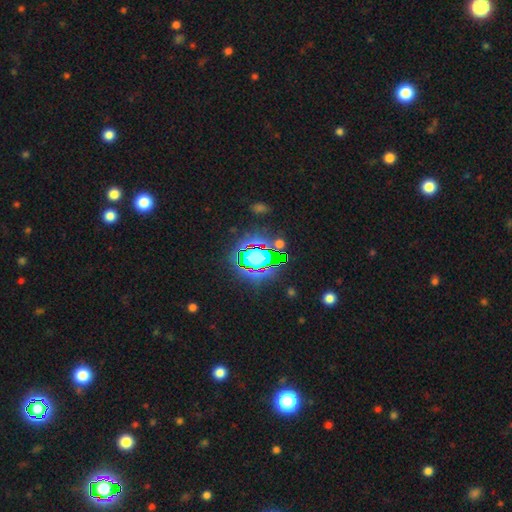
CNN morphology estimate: Smooth or featured?
  - star or artifact: 77% *
  - smooth: 13%
  - featured or disk: 10%